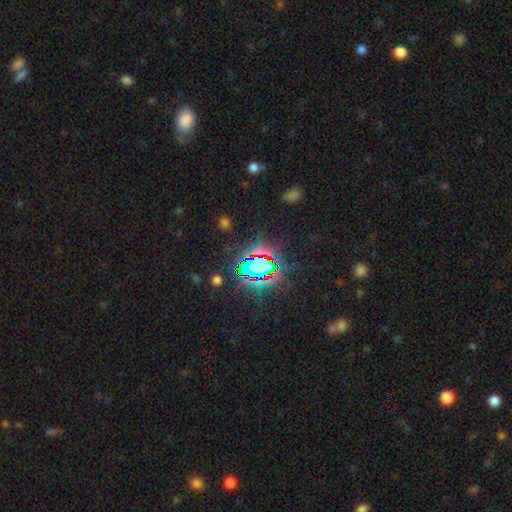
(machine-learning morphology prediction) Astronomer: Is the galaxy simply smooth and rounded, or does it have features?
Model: star or artifact — 79%.